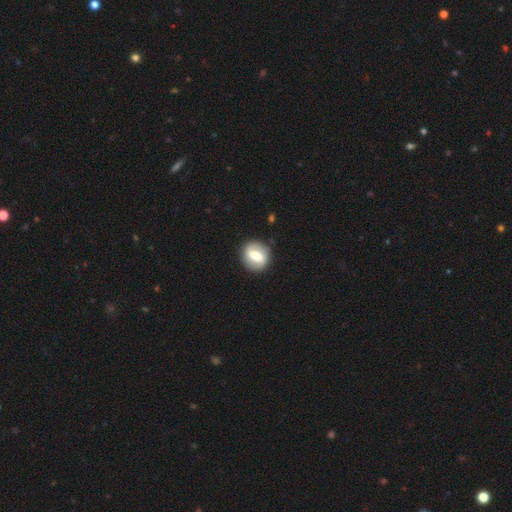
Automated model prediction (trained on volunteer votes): Morphology: type=featured or disk (50%); merging=none (86%).